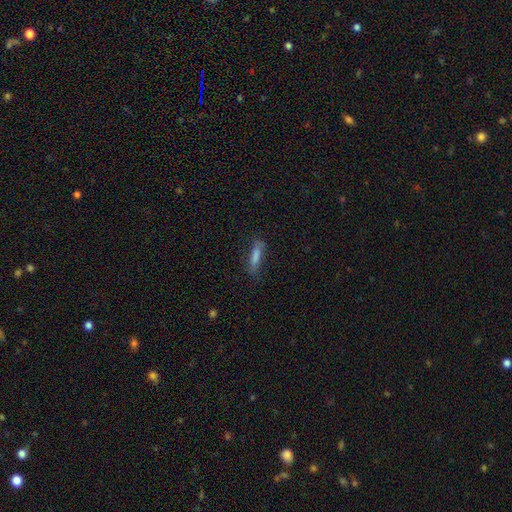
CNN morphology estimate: smooth 65%, featured or disk 23%, star or artifact 12%. Down the decision tree: how rounded — cigar-shaped (76%); merging — none (69%).